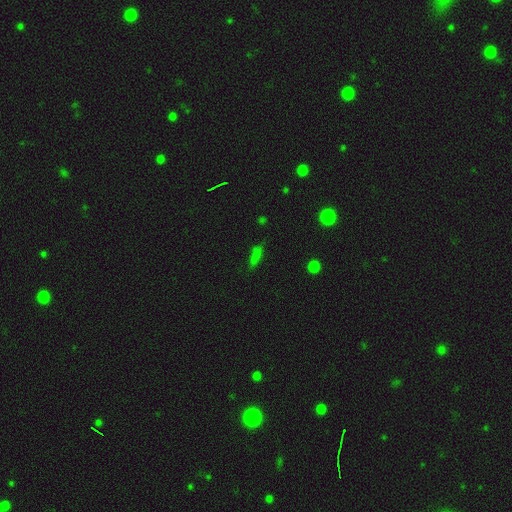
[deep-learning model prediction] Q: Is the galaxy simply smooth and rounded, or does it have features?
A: smooth — 70%.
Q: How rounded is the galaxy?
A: cigar-shaped — 61%.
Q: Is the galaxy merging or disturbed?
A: none — 76%.